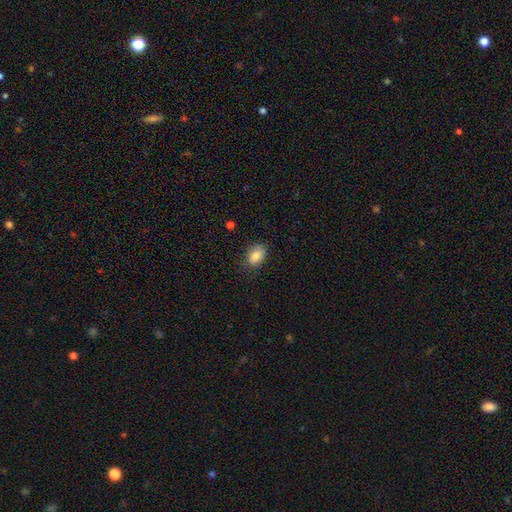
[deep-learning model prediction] Smooth or featured? smooth (84%)
How rounded? in between (81%)
Merging? none (81%)